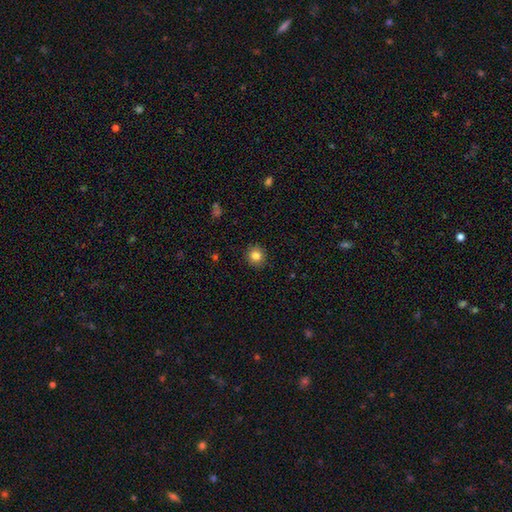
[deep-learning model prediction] A smooth galaxy with no disk features (84%) that is round (90%). Merging: none (91%).